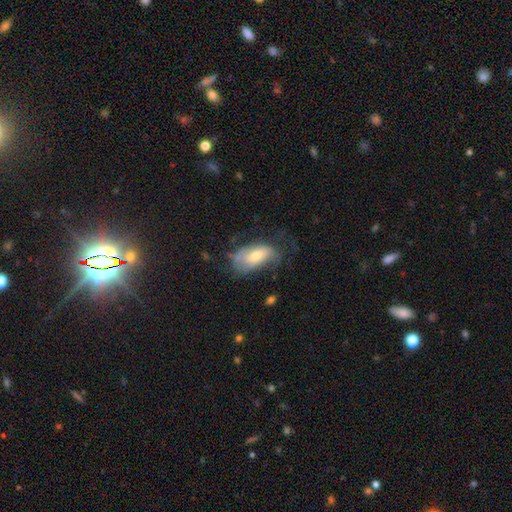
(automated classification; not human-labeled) Overall: smooth (50%; featured or disk 42%). Merging: none (44%; minor disturbance 30%).